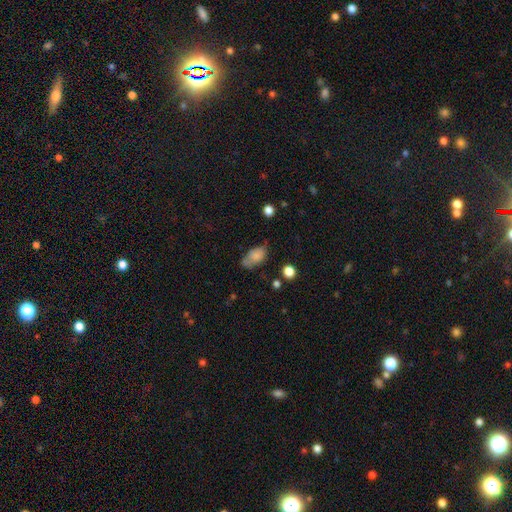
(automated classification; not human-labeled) Smooth or featured: smooth — 77% (featured or disk — 13%)
How rounded: in between — 88% (round — 8%)
Merging: none — 47% (minor disturbance — 31%)